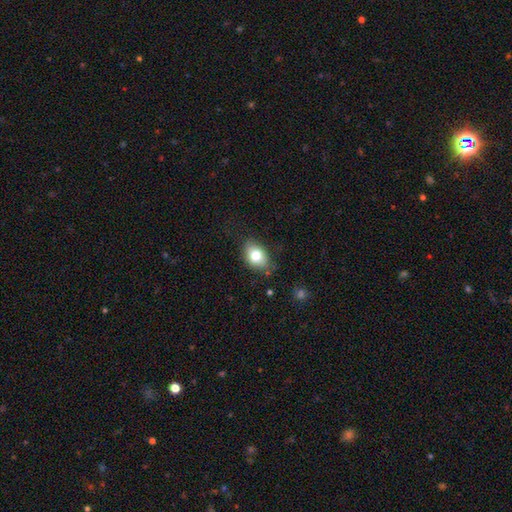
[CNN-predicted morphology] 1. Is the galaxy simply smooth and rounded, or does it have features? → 77% smooth, 14% featured or disk, 9% star or artifact.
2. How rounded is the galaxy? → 77% in between, 21% round, 1% cigar-shaped.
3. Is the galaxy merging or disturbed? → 76% none, 18% minor disturbance, 4% major disturbance, 2% merger.